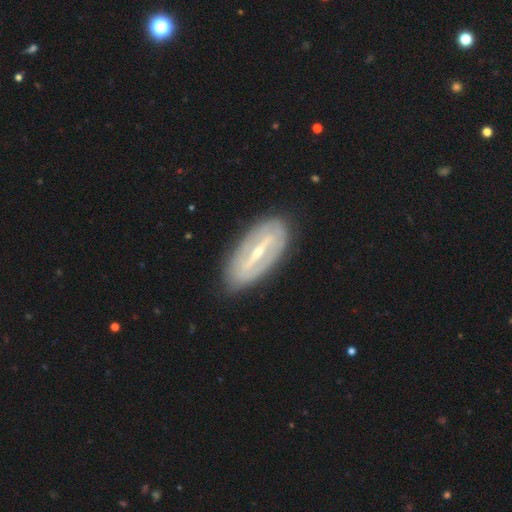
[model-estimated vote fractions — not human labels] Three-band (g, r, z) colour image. It shows a featured or disk galaxy (77%) with a strong bar (68%), spiral arms (59%) and a small central bulge (61%). Merging: none (85%).